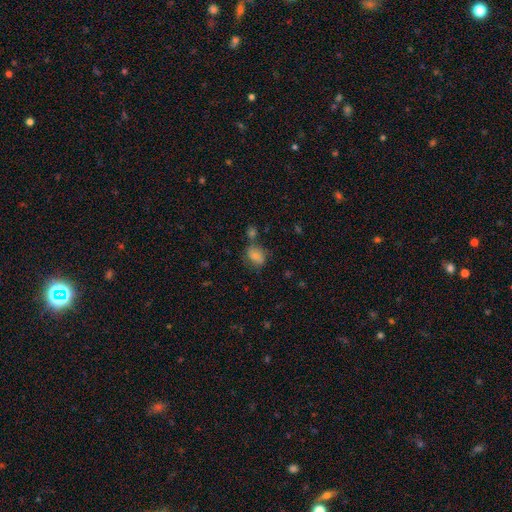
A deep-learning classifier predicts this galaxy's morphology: Smooth or featured? smooth (75%)
How rounded? in between (67%)
Merging? none (55%)